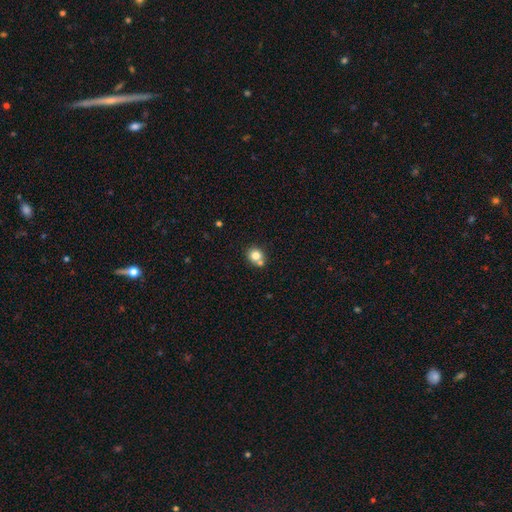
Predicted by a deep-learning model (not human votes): Morphology: type=smooth (79%); roundness=round (82%); merging=none (58%).